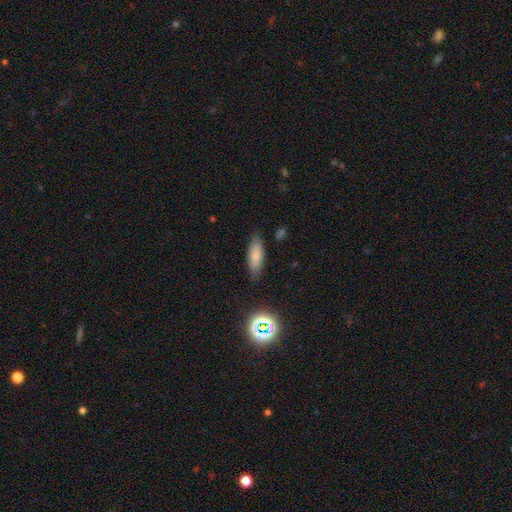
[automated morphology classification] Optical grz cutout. It shows a smooth galaxy with no disk features (80%) that is in between round and cigar-shaped (60%). Merging: none (82%).